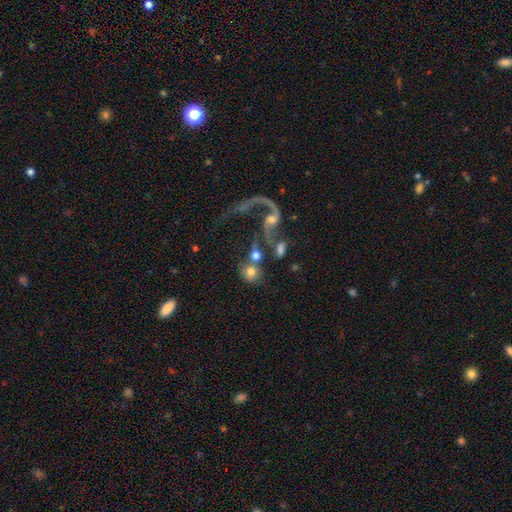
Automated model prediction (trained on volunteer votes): Smooth or featured: smooth — 54% (featured or disk — 35%)
How rounded: round — 81% (in between — 17%)
Merging: none — 39% (merger — 38%)